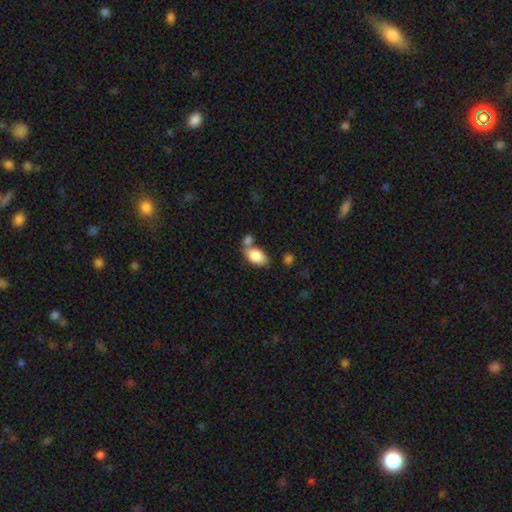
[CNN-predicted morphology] Q: Smooth or featured?
A: smooth (84%); runner-up: featured or disk (9%)
Q: How rounded?
A: in between (91%); runner-up: round (7%)
Q: Merging?
A: none (48%); runner-up: merger (33%)